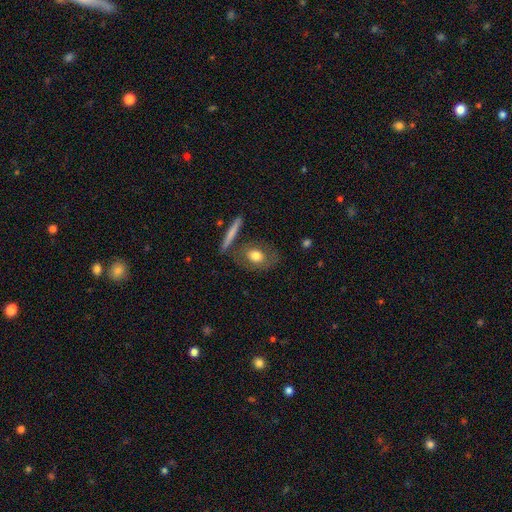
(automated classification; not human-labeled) This is likely a smooth galaxy (67%). How rounded: likely in between (67%). Merging: likely none (66%).